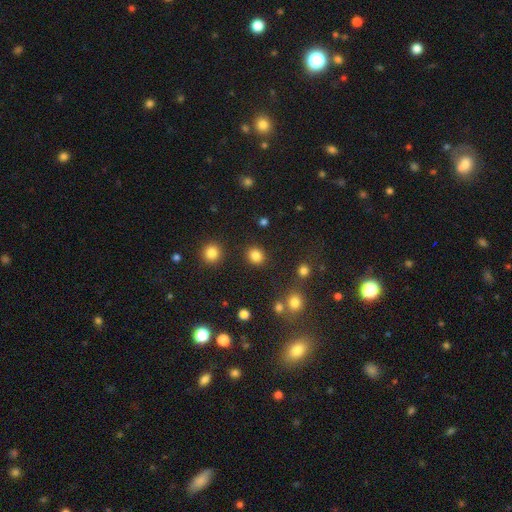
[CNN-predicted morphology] type=smooth (84%); roundness=round (75%); merging=none (88%).